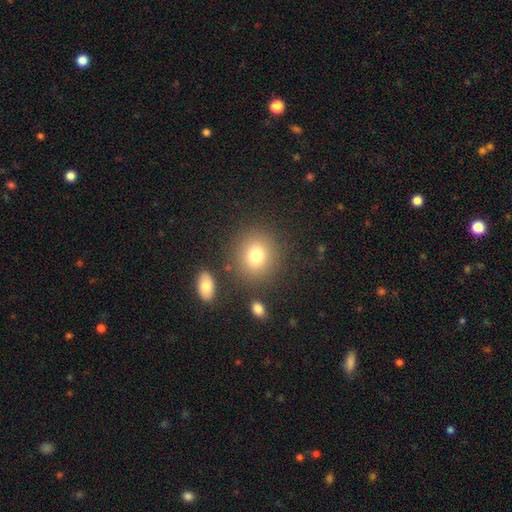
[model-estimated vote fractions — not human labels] Smooth or featured: smooth — 77% (star or artifact — 12%)
How rounded: round — 81% (in between — 18%)
Merging: none — 82% (minor disturbance — 9%)